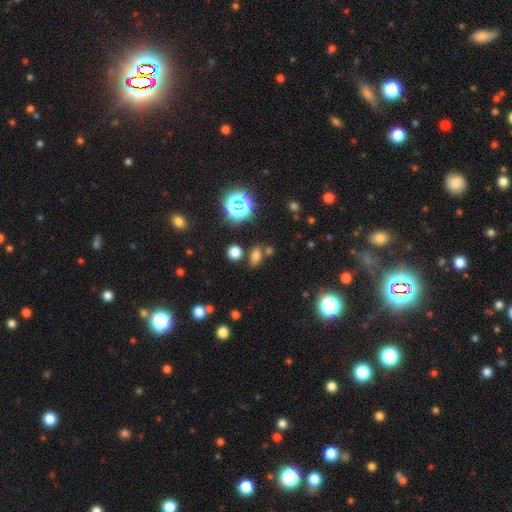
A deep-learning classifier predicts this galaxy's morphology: type=smooth (66%); roundness=in between (76%); merging=none (76%).